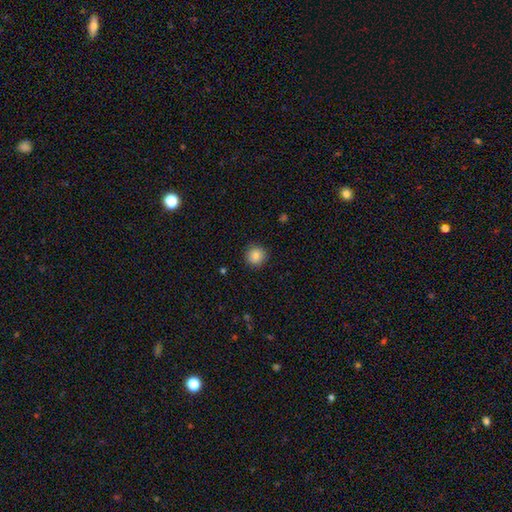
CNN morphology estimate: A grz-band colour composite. It shows a smooth galaxy with no disk features (87%) that is round (93%). Merging: none (91%).